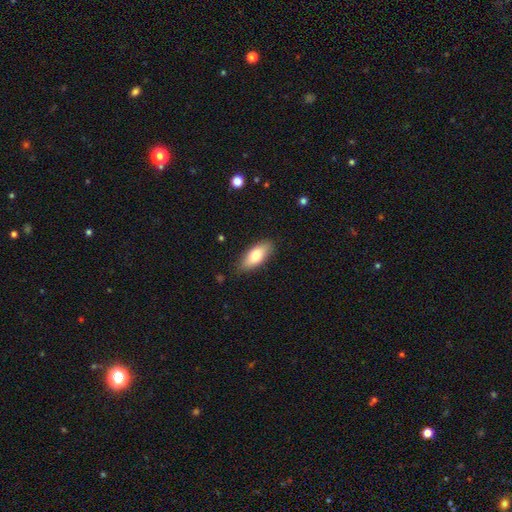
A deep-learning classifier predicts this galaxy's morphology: This is likely a smooth galaxy (75%). How rounded: clearly in between (82%). Merging: clearly none (85%).